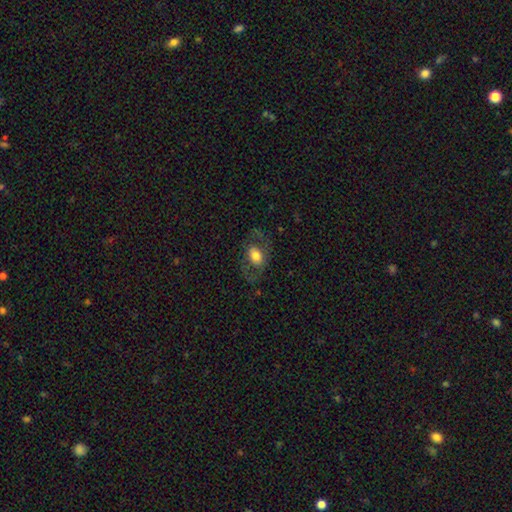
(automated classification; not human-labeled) This appears to be a smooth galaxy with no disk features (53%) that is in between round and cigar-shaped (75%). Merging: none (66%).